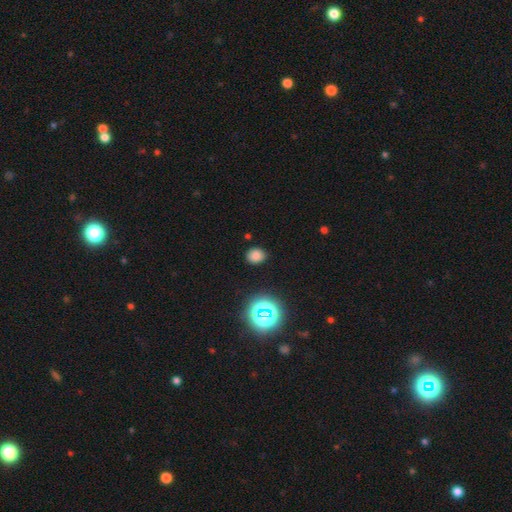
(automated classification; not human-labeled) A smooth galaxy with no disk features (74%) that is round (60%). Merging: none (85%).